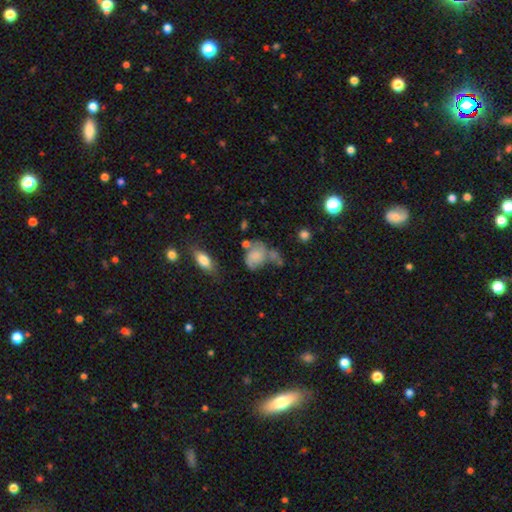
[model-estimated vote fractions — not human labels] The model was most divided on "merging": none: 29%, merger: 26%, major disturbance: 23%, minor disturbance: 23%. More confident: how rounded — in between (66%); smooth or featured — smooth (59%).